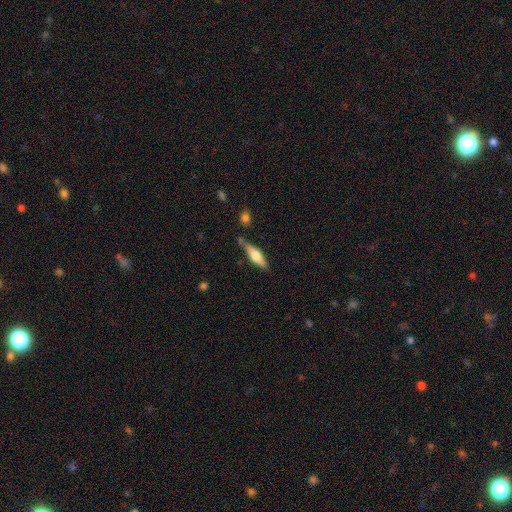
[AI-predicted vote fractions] A smooth galaxy with no disk features (54%) that is cigar-shaped (61%). Merging: none (72%).